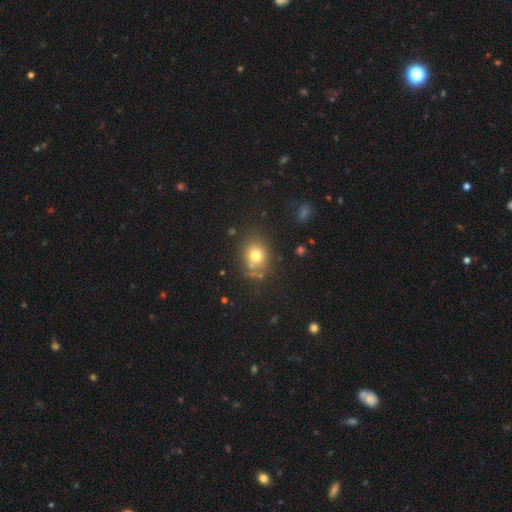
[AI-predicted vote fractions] The model was most divided on "how rounded": round: 63%, in between: 36%, cigar-shaped: 1%. More confident: smooth or featured — smooth (74%); merging — none (70%).